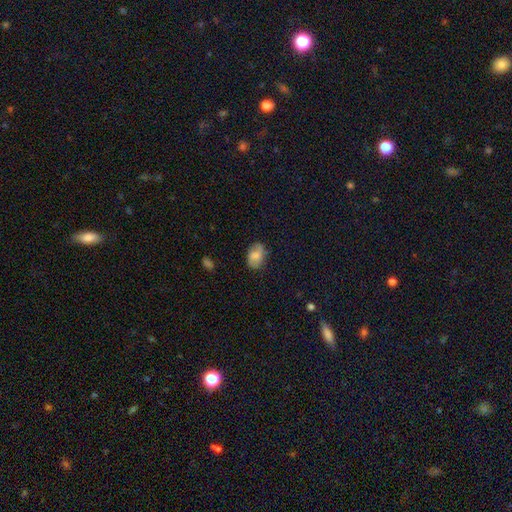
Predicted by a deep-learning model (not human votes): Q: Smooth or featured?
A: smooth (71%); runner-up: featured or disk (21%)
Q: How rounded?
A: in between (82%); runner-up: round (16%)
Q: Merging?
A: none (70%); runner-up: minor disturbance (23%)